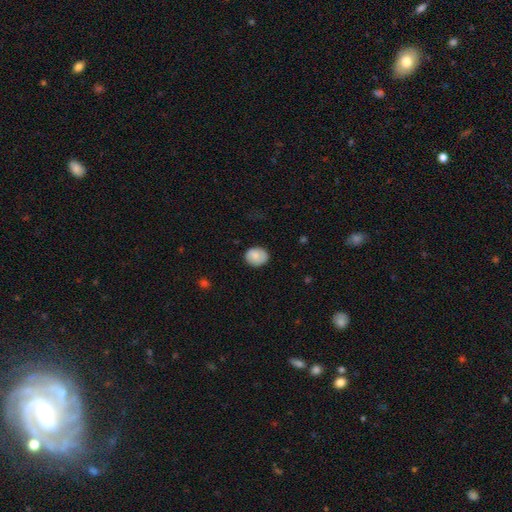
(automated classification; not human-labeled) Smooth or featured?
  - smooth: 82% *
  - featured or disk: 11%
  - star or artifact: 7%
How rounded?
  - round: 54% *
  - in between: 45%
  - cigar-shaped: 1%
Merging?
  - none: 82% *
  - minor disturbance: 14%
  - major disturbance: 3%
  - merger: 1%